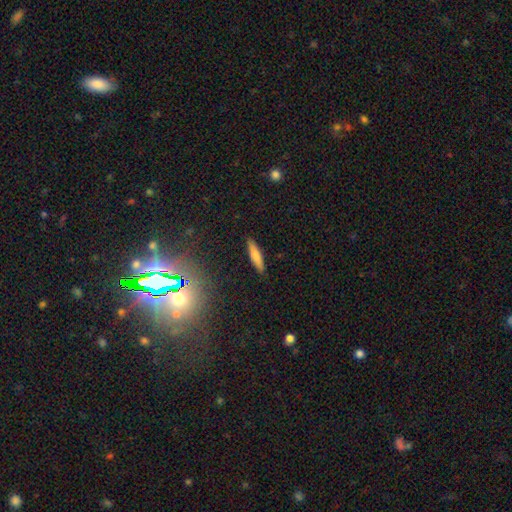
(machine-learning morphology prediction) This is likely a smooth galaxy (74%). How rounded: likely cigar-shaped (76%). Merging: clearly none (89%).